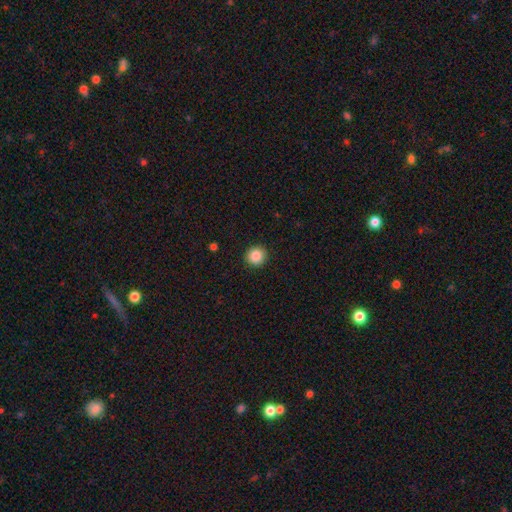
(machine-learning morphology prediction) This is clearly a smooth galaxy (87%). How rounded: clearly round (92%). Merging: clearly none (92%).